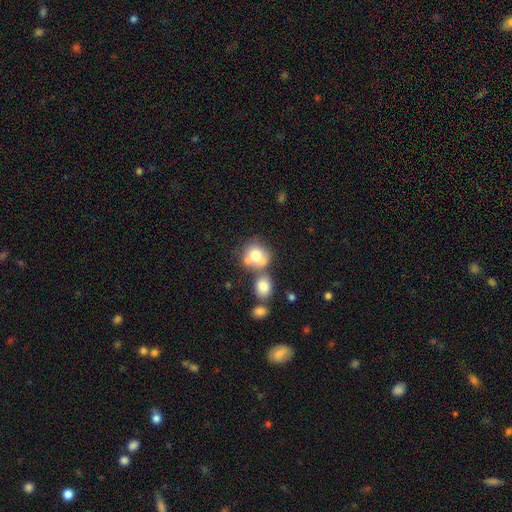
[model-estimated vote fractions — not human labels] Smooth or featured?
  - smooth: 72% *
  - featured or disk: 19%
  - star or artifact: 9%
How rounded?
  - round: 78% *
  - in between: 21%
  - cigar-shaped: 1%
Merging?
  - none: 40% *
  - merger: 39%
  - minor disturbance: 14%
  - major disturbance: 7%